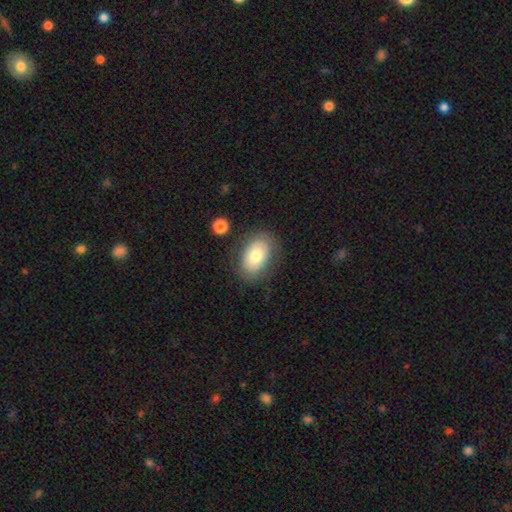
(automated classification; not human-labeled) A smooth galaxy with no disk features (75%) that is in between round and cigar-shaped (89%). Merging: none (80%).